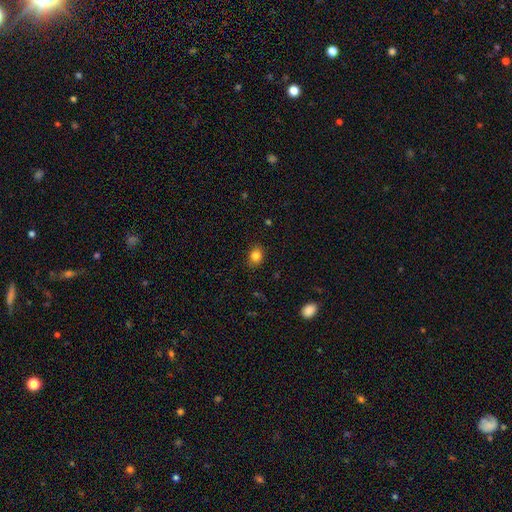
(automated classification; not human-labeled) smooth_or_featured: smooth (p=0.84) [alt: star or artifact p=0.11]
how_rounded: round (p=0.54) [alt: in between p=0.45]
merging: none (p=0.86) [alt: minor disturbance p=0.10]